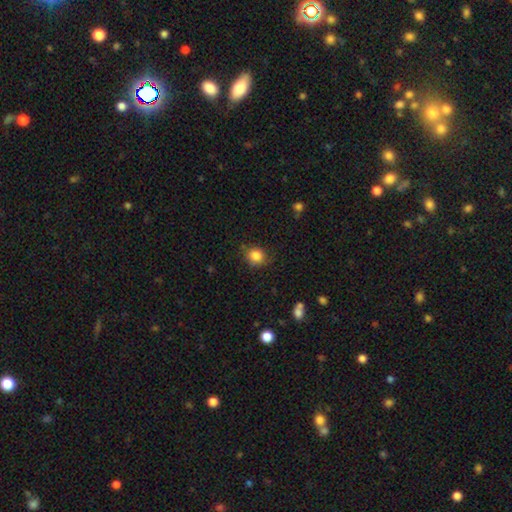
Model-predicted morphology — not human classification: This appears to be a smooth galaxy with no disk features (85%) that is round (78%). Merging: none (78%).